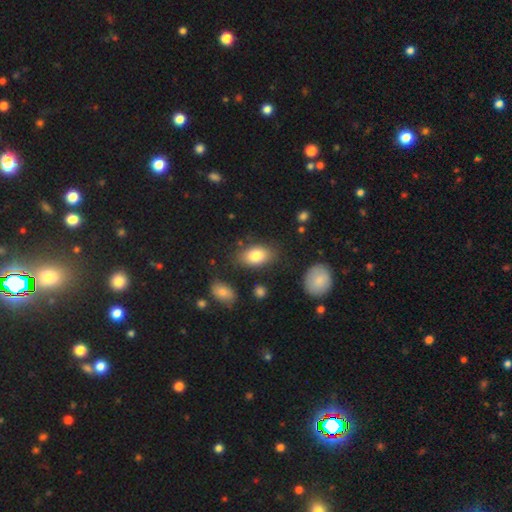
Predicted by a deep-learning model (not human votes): Overall: smooth (81%). How rounded: in between (89%). Merging: none (78%).